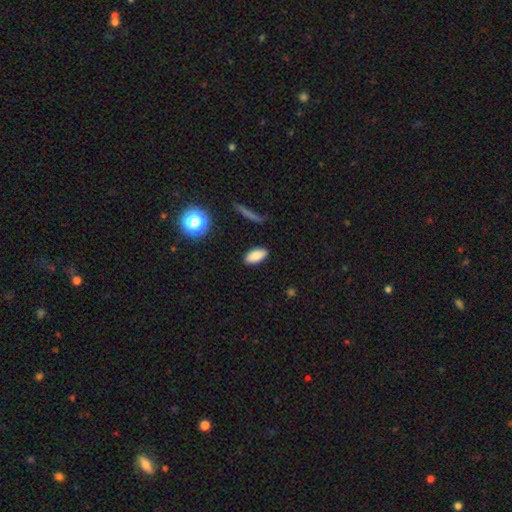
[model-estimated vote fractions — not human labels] Smooth or featured: smooth — 84% (star or artifact — 9%)
How rounded: in between — 88% (cigar-shaped — 8%)
Merging: none — 88% (minor disturbance — 8%)